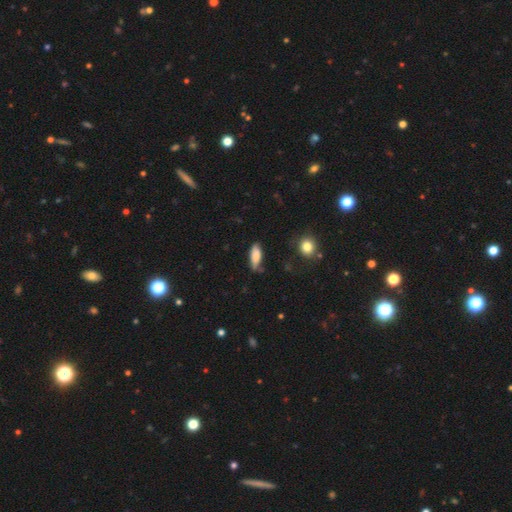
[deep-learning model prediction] smooth_or_featured: smooth (p=0.82) [alt: featured or disk p=0.11]
how_rounded: in between (p=0.73) [alt: cigar-shaped p=0.25]
merging: none (p=0.63) [alt: minor disturbance p=0.28]